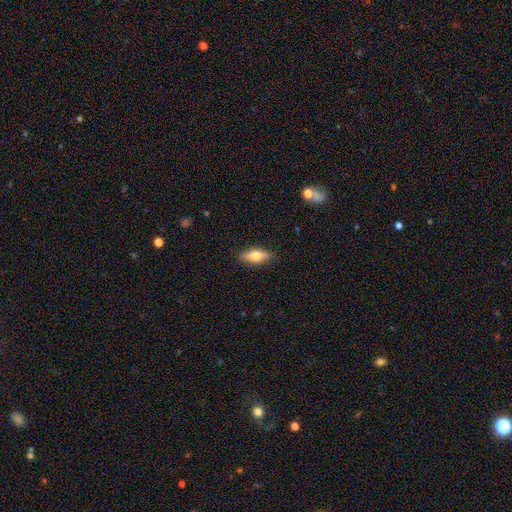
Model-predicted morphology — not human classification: type=smooth (59%); roundness=in between (61%); merging=none (87%).